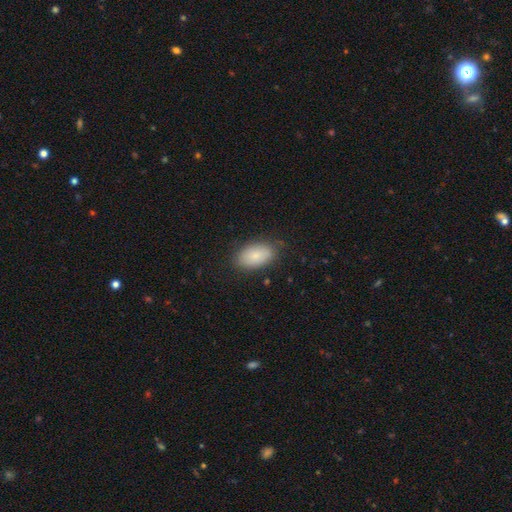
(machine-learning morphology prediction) smooth 83%, featured or disk 10%, star or artifact 7%. Down the decision tree: how rounded — in between (93%); merging — none (80%).